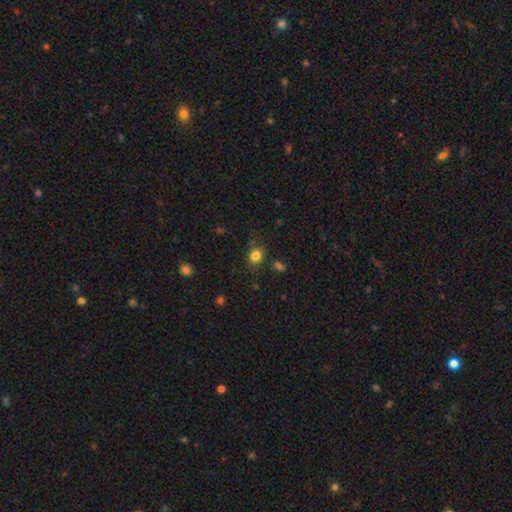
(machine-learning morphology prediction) This is clearly a smooth galaxy (82%). How rounded: likely round (66%). Merging: likely none (79%).